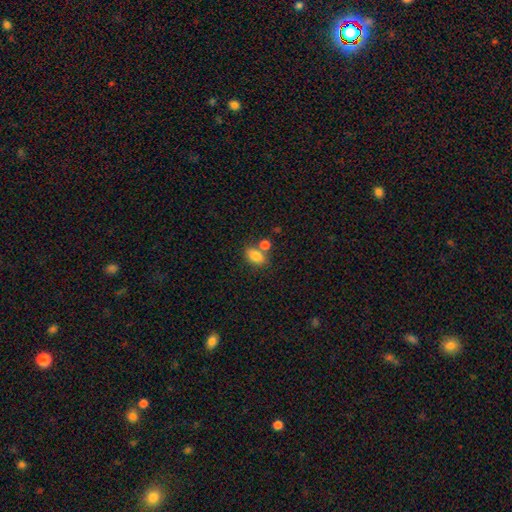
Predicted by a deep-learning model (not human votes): Smooth or featured? Predicted: smooth (p=0.83). How rounded? Predicted: in between (p=0.82). Merging? Predicted: none (p=0.59).